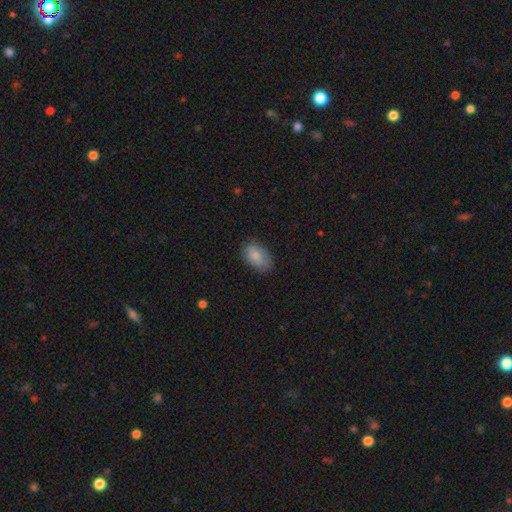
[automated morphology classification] A smooth galaxy with no disk features (80%) that is in between round and cigar-shaped (92%). Merging: none (79%).